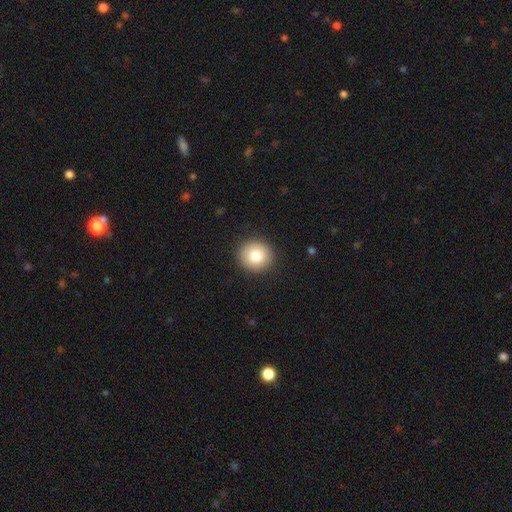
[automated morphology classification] type=smooth (80%); roundness=round (91%); merging=none (91%).